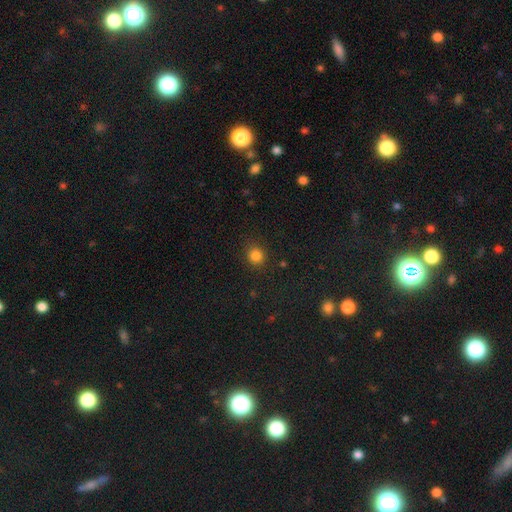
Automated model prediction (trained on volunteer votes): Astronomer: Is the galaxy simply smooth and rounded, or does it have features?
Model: smooth — 83%.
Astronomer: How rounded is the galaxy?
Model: round — 86%.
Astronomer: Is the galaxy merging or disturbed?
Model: none — 88%.